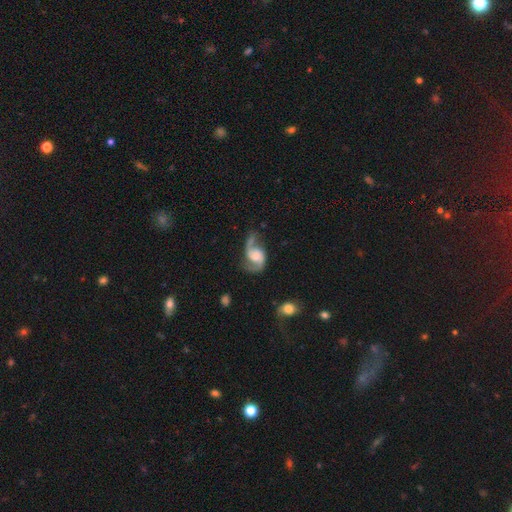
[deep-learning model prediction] A featured or disk galaxy (78%) with no bar (57%), 2 (81%) loose (56%) spiral arms (93%) and a moderate central bulge (29%).

Vote fractions:
- Smooth or featured? featured or disk: 78% / smooth: 16% / star or artifact: 7%
- Edge-on disk? no: 98% / yes: 2%
- Bar? no: 57% / weak: 35% / strong: 8%
- Spiral arms? yes: 93% / no: 7%
- Spiral winding? loose: 56% / medium: 35% / tight: 9%
- Spiral arm count? 2: 81% / 1: 12% / can't tell: 4% / 3: 1% / 4: 1% / more than 4: 1%
- Bulge size? moderate: 29% / small: 24% / none: 22% / large: 21% / dominant: 4%
- Merging? none: 43% / major disturbance: 27% / minor disturbance: 23% / merger: 7%